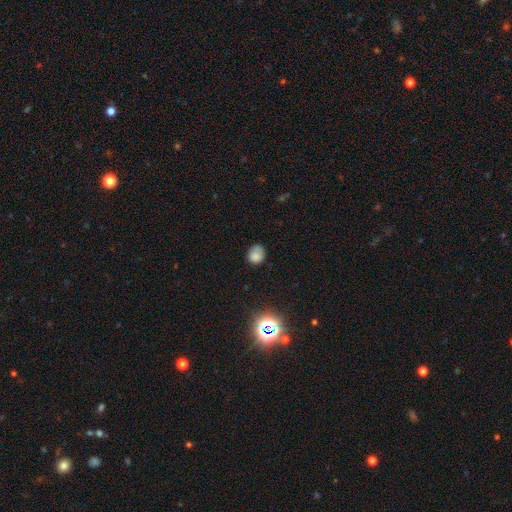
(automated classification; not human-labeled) This appears to be a smooth galaxy with no disk features (74%) that is round (73%). Merging: none (61%).